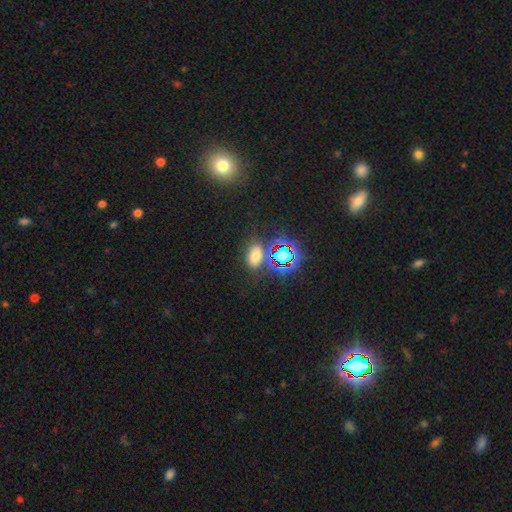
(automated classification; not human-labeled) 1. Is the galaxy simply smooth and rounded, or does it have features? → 57% smooth, 34% star or artifact, 9% featured or disk.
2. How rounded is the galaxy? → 83% in between, 14% round, 2% cigar-shaped.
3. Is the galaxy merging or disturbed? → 74% none, 13% minor disturbance, 8% merger, 5% major disturbance.